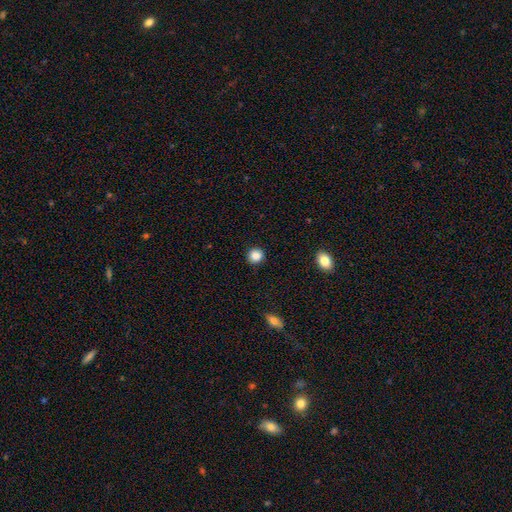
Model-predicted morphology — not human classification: The model was most divided on "smooth or featured": smooth: 87%, star or artifact: 10%, featured or disk: 3%. More confident: merging — none (90%); how rounded — round (88%).